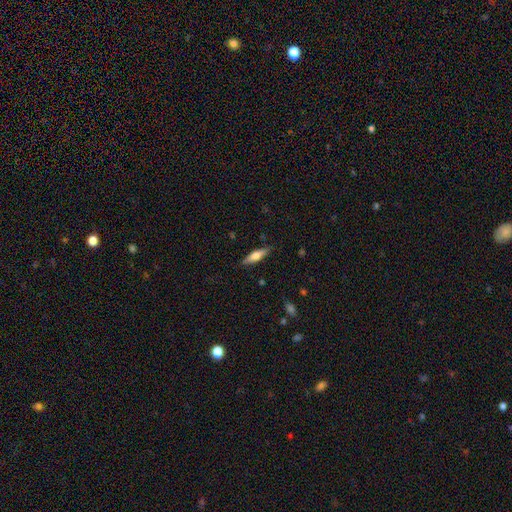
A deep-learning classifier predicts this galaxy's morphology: Smooth or featured? smooth (48%)
Merging? none (86%)